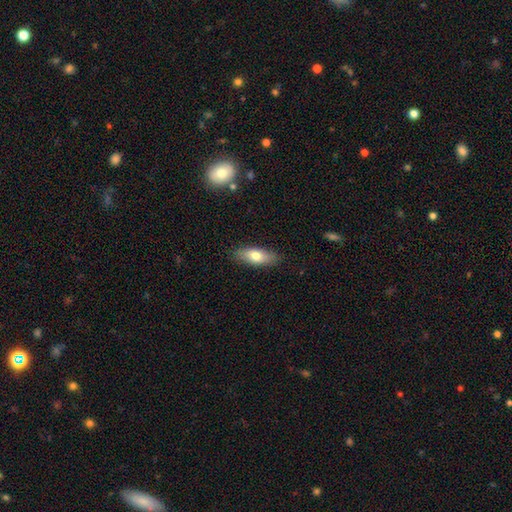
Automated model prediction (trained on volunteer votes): smooth 74%, featured or disk 19%, star or artifact 6%. Down the decision tree: how rounded — in between (70%); merging — none (86%).